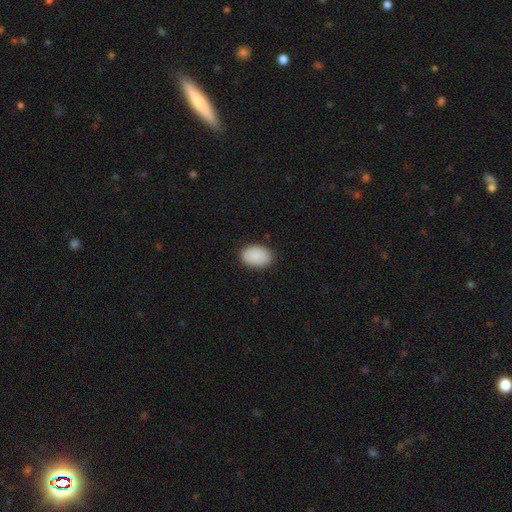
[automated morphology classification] Q: Smooth or featured?
A: smooth (90%); runner-up: star or artifact (6%)
Q: How rounded?
A: in between (89%); runner-up: round (10%)
Q: Merging?
A: none (87%); runner-up: minor disturbance (10%)